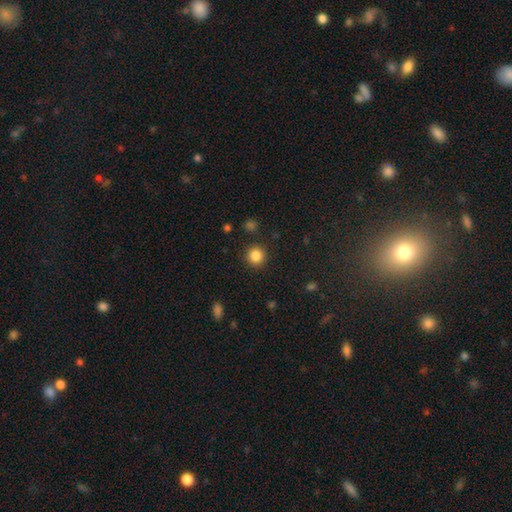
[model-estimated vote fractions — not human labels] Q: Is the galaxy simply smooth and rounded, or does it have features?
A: smooth — 85%.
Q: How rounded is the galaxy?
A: round — 94%.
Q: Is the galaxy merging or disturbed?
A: none — 91%.